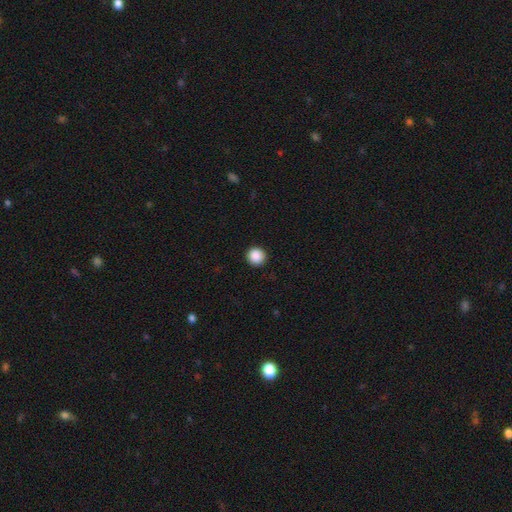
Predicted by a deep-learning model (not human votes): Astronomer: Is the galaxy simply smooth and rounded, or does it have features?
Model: smooth — 88%.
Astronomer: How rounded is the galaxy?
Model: round — 95%.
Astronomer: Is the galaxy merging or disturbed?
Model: none — 93%.